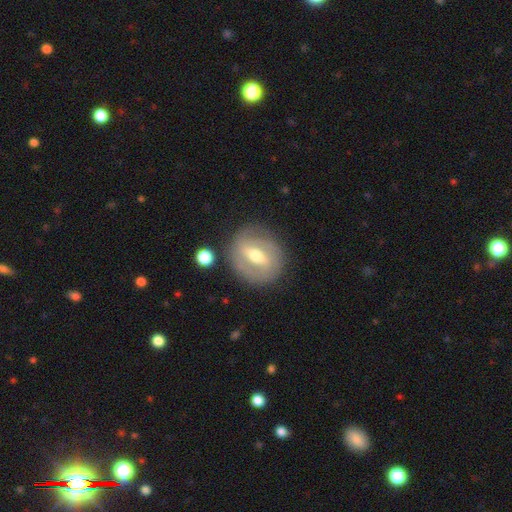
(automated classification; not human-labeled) Q: Smooth or featured?
A: featured or disk (74%); runner-up: smooth (20%)
Q: Edge-on disk?
A: no (93%); runner-up: yes (7%)
Q: Bar?
A: strong (49%); runner-up: weak (40%)
Q: Spiral arms?
A: yes (68%); runner-up: no (32%)
Q: Bulge size?
A: moderate (73%); runner-up: small (17%)
Q: Merging?
A: none (81%); runner-up: minor disturbance (13%)